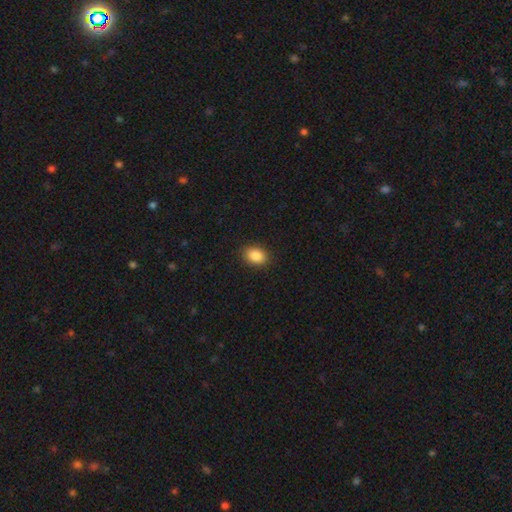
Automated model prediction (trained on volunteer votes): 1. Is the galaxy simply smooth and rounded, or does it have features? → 88% smooth, 8% star or artifact, 4% featured or disk.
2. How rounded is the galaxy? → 75% in between, 24% round, 1% cigar-shaped.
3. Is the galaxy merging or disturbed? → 90% none, 7% minor disturbance, 2% major disturbance, 1% merger.